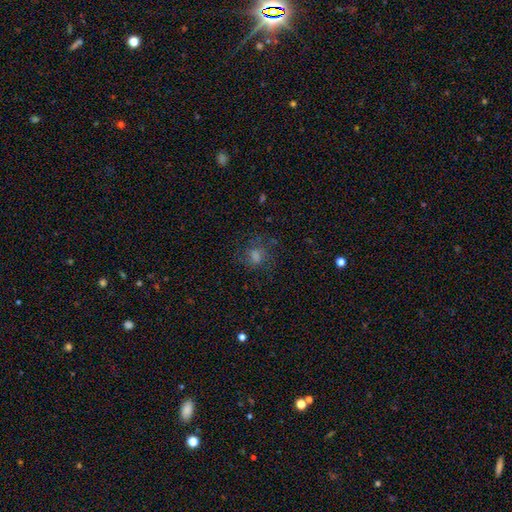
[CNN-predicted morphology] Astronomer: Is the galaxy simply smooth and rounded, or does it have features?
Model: smooth — 43% (runner-up: featured or disk, 30%).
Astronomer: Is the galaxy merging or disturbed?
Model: none — 69%.